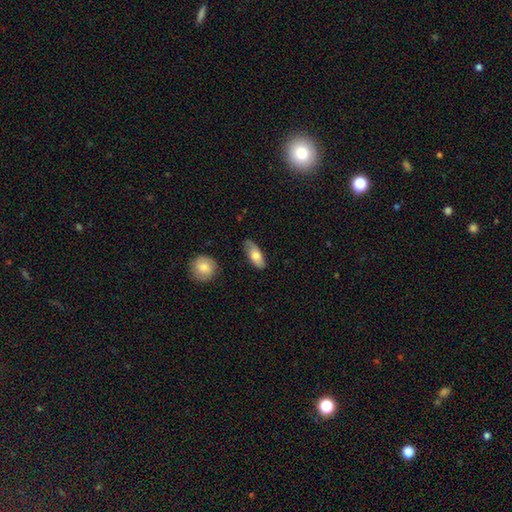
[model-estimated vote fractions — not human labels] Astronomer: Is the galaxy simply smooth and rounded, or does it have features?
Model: smooth — 71%.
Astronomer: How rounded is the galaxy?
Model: in between — 81%.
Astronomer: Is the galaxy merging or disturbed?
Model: none — 74%.